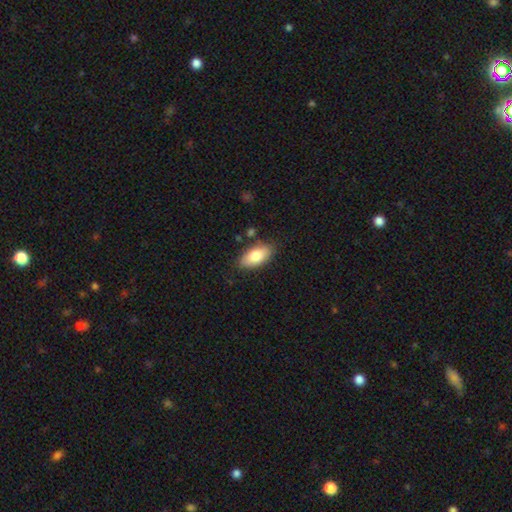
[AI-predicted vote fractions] This is likely a smooth galaxy (80%). How rounded: clearly in between (91%). Merging: clearly none (81%).